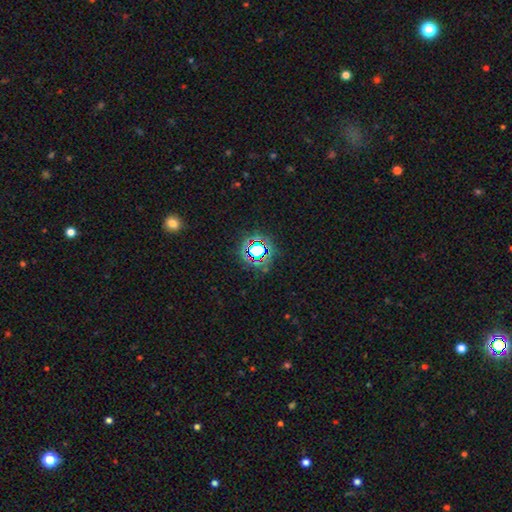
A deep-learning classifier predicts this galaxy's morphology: This appears to be a star or artifact, not a galaxy (76%).